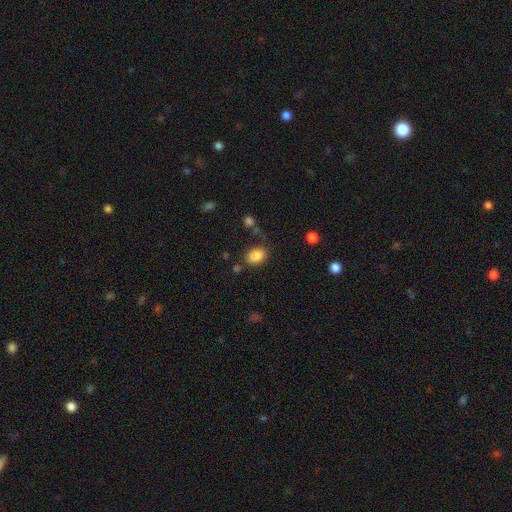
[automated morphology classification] smooth_or_featured: smooth (p=0.85) [alt: star or artifact p=0.09]
how_rounded: in between (p=0.76) [alt: round p=0.23]
merging: none (p=0.78) [alt: minor disturbance p=0.13]